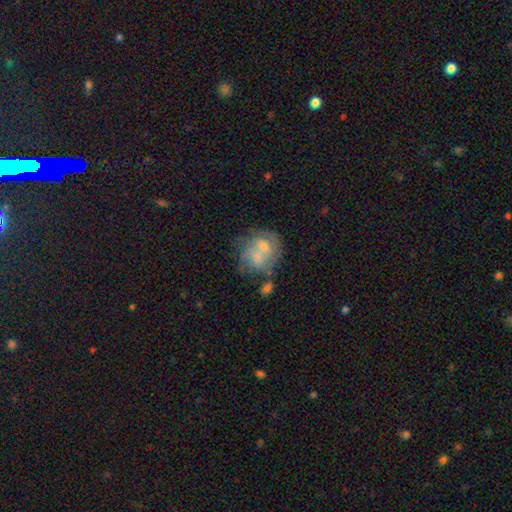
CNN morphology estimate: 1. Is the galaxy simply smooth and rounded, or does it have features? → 48% smooth, 45% featured or disk, 7% star or artifact.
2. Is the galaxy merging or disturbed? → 50% merger, 25% none, 14% minor disturbance, 11% major disturbance.